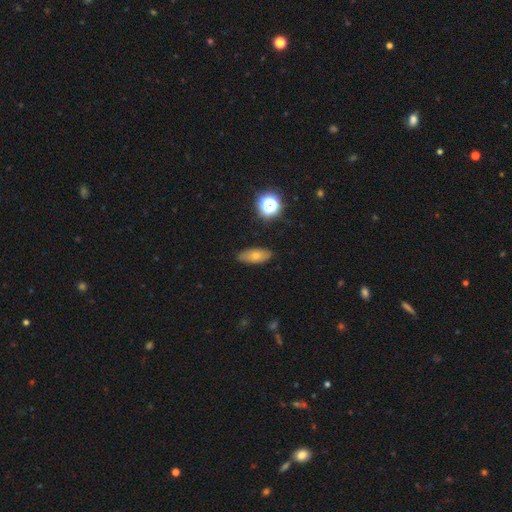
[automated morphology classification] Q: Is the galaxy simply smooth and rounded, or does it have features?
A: smooth — 69%.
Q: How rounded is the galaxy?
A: in between — 78%.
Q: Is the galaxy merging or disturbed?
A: none — 85%.